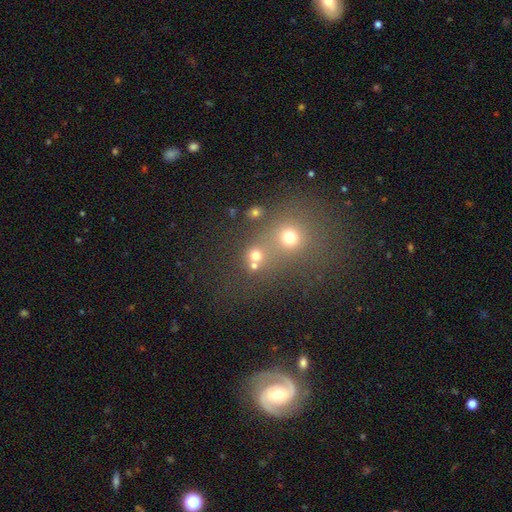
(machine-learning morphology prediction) Overall: smooth (69%). How rounded: round (84%). Merging: none (54%; merger 33%).